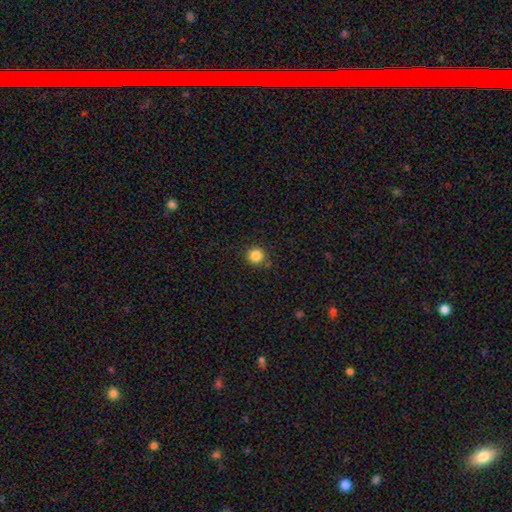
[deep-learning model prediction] smooth 85%, star or artifact 11%, featured or disk 4%. Down the decision tree: how rounded — round (93%); merging — none (85%).